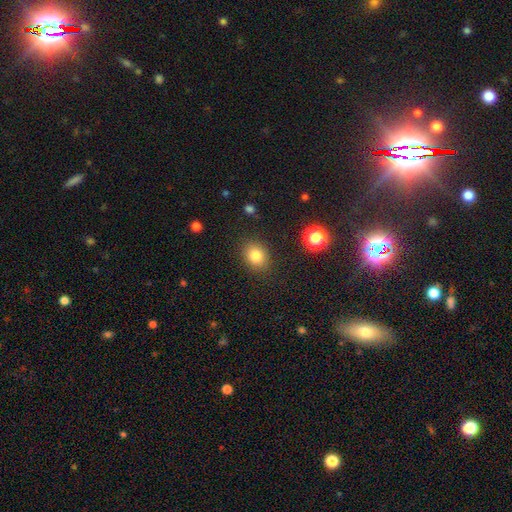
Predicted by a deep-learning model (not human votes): This appears to be a smooth galaxy with no disk features (83%) that is round (58%). Merging: none (86%).